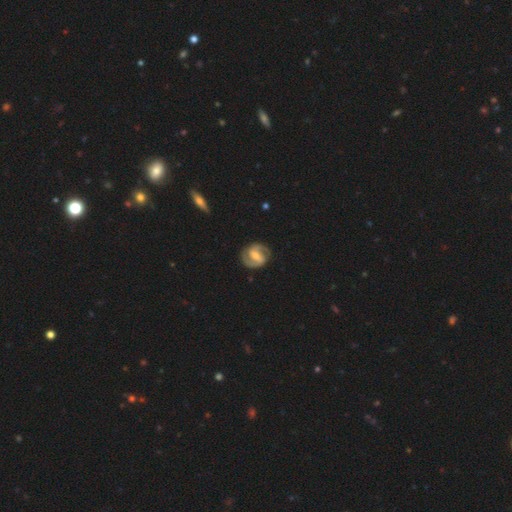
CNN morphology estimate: A featured or disk galaxy (88%) with a weak bar (45%), 2 (93%) medium (52%) spiral arms (97%) and a moderate central bulge (48%). Merging: none (85%).